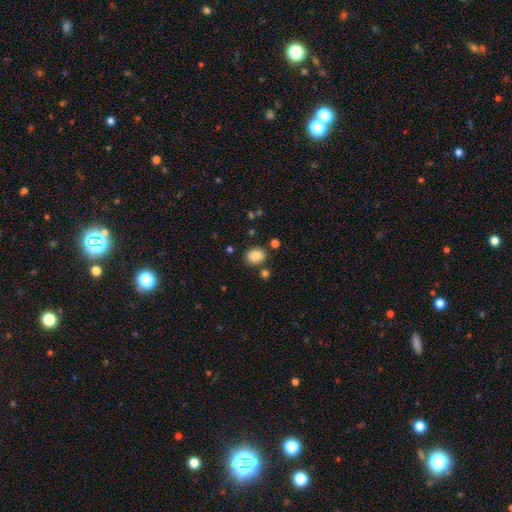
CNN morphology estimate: Overall: smooth (85%). How rounded: in between (67%; round 32%). Merging: none (81%).